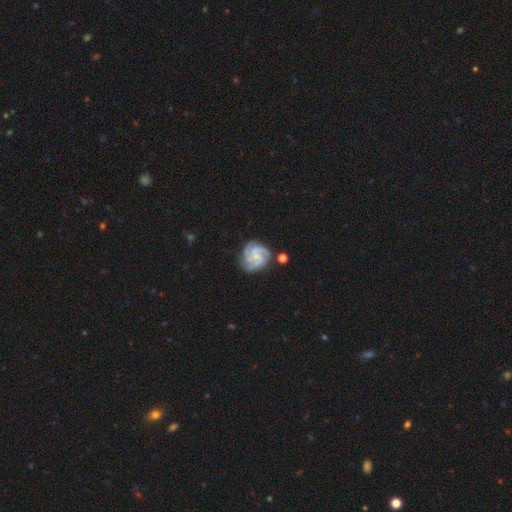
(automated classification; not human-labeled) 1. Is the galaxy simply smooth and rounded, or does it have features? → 83% featured or disk, 12% smooth, 6% star or artifact.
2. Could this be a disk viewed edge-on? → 98% no, 2% yes.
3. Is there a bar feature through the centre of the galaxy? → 66% no, 29% weak, 5% strong.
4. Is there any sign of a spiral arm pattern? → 97% yes, 3% no.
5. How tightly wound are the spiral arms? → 54% tight, 38% medium, 8% loose.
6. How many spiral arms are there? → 51% 3, 21% 4, 11% can't tell, 9% 2, 4% more than 4, 4% 1.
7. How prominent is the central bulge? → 61% small, 20% none, 17% moderate, 1% large, 1% dominant.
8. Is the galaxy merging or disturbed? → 71% none, 19% minor disturbance, 6% major disturbance, 4% merger.